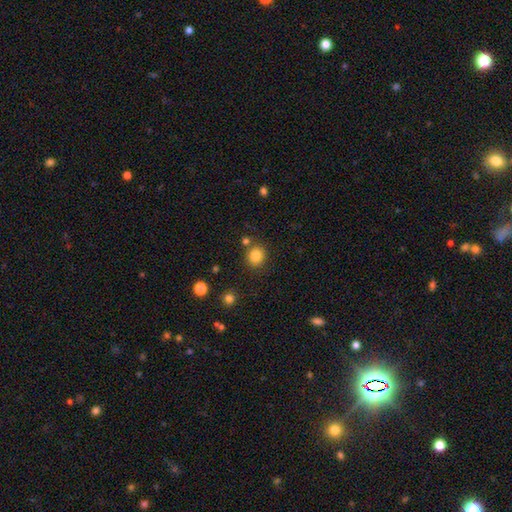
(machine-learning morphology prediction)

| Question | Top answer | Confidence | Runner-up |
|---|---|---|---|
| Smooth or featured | smooth | 83% | star or artifact (11%) |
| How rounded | round | 85% | in between (14%) |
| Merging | none | 82% | minor disturbance (8%) |